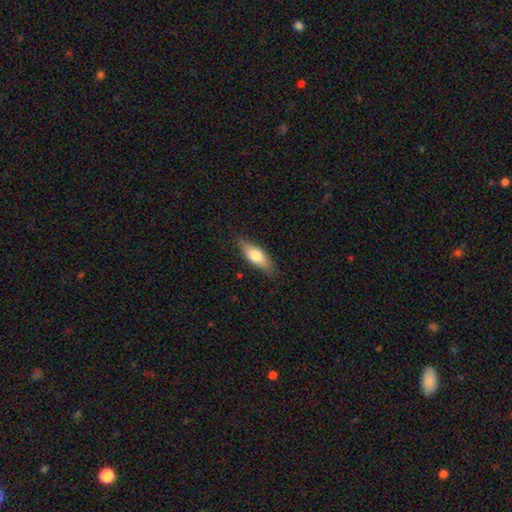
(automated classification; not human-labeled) Overall: smooth (70%). How rounded: in between (63%; cigar-shaped 34%). Merging: none (83%).